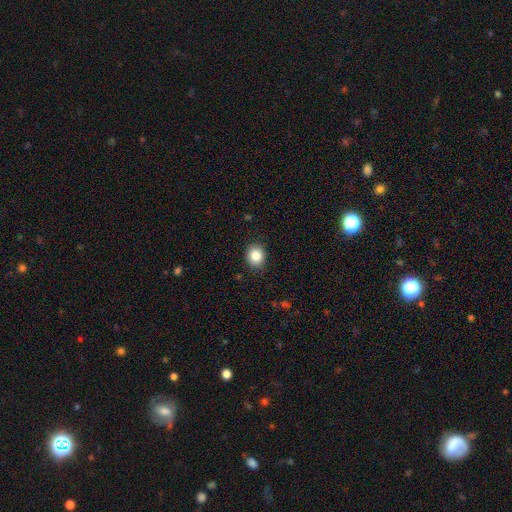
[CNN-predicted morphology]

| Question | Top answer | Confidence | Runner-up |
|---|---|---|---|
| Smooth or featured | smooth | 86% | star or artifact (9%) |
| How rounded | round | 71% | in between (28%) |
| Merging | none | 89% | minor disturbance (8%) |